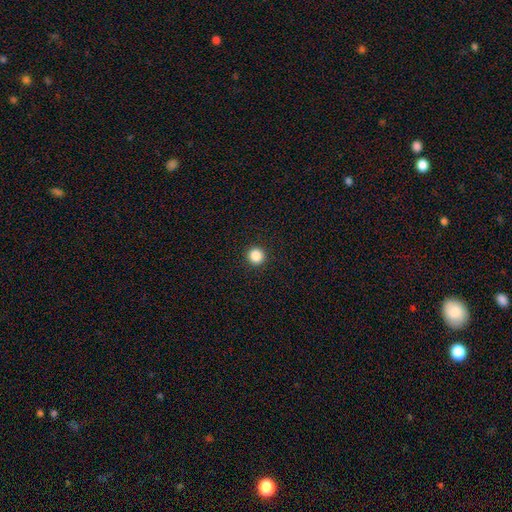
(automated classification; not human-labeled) smooth-or-featured: smooth: 86% | star or artifact: 11% | featured or disk: 3%
  how-rounded: round: 95% | in between: 4% | cigar-shaped: 1%
  merging: none: 93% | minor disturbance: 4% | major disturbance: 2% | merger: 1%